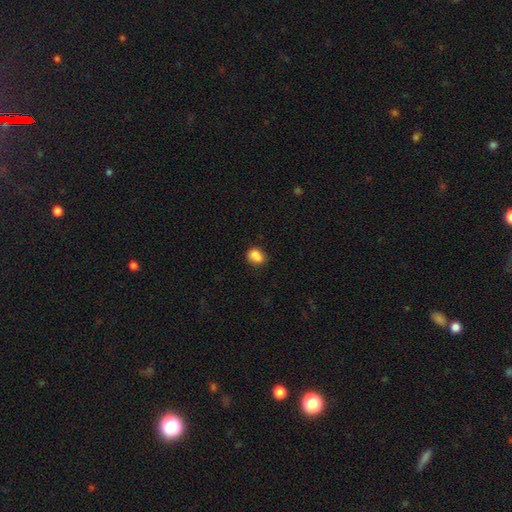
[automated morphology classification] Smooth or featured: smooth — 84% (star or artifact — 10%)
How rounded: in between — 61% (round — 37%)
Merging: none — 63% (minor disturbance — 21%)